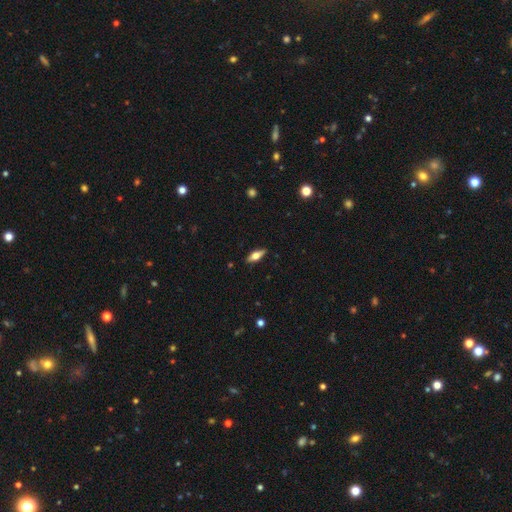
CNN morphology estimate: Smooth or featured: smooth — 53% (featured or disk — 40%)
How rounded: in between — 65% (cigar-shaped — 32%)
Merging: none — 88% (minor disturbance — 9%)